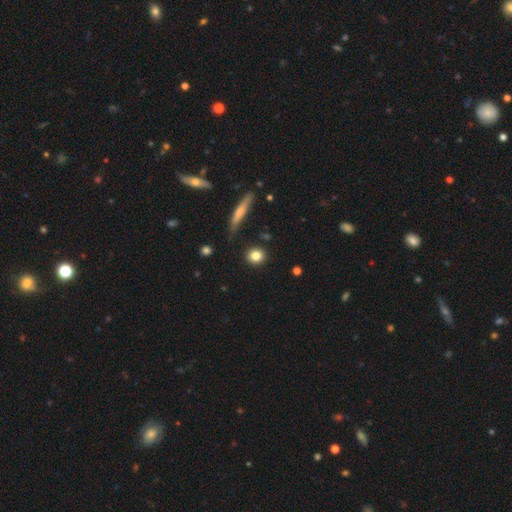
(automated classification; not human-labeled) Overall: smooth (83%). How rounded: round (82%). Merging: none (88%).